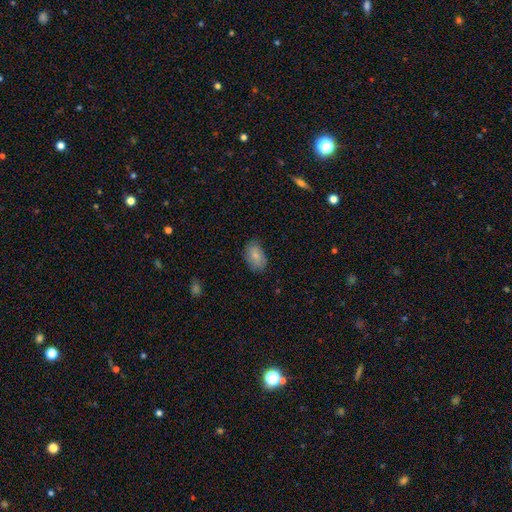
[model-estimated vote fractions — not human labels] Smooth or featured? smooth (79%)
How rounded? in between (90%)
Merging? none (77%)